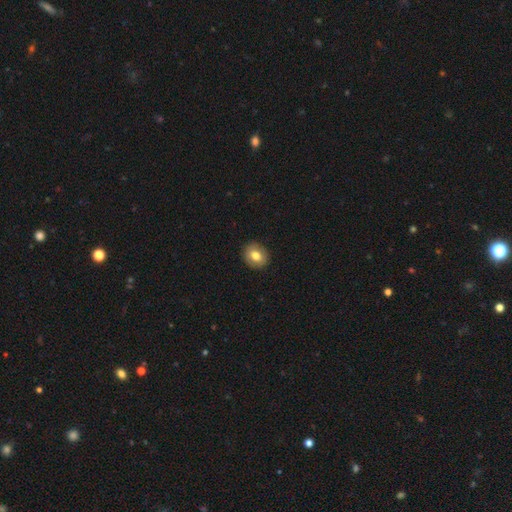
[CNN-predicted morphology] A smooth galaxy with no disk features (76%) that is round (66%).

Vote fractions:
- Smooth or featured? smooth: 76% / featured or disk: 16% / star or artifact: 8%
- How rounded? round: 66% / in between: 33% / cigar-shaped: 1%
- Merging? none: 90% / minor disturbance: 7% / major disturbance: 2% / merger: 1%